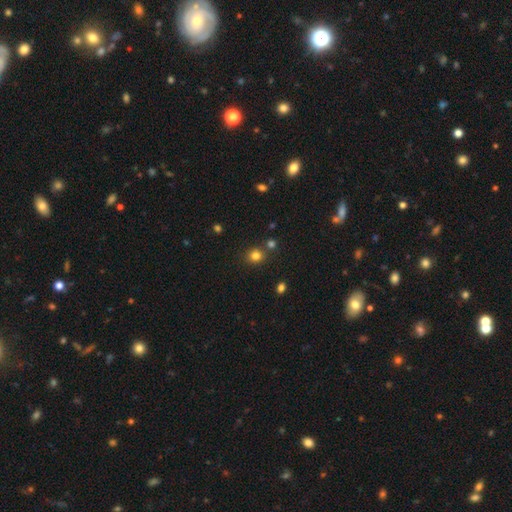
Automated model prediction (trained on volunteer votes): Q: Smooth or featured?
A: smooth (80%); runner-up: star or artifact (15%)
Q: How rounded?
A: round (80%); runner-up: in between (19%)
Q: Merging?
A: none (76%); runner-up: merger (11%)